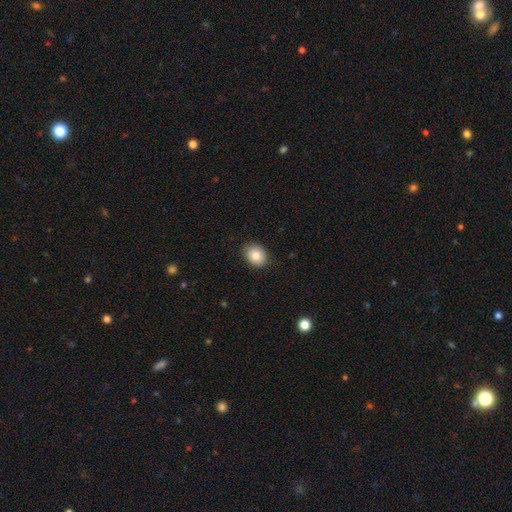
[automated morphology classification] A smooth galaxy with no disk features (83%) that is round (52%). Merging: none (87%).